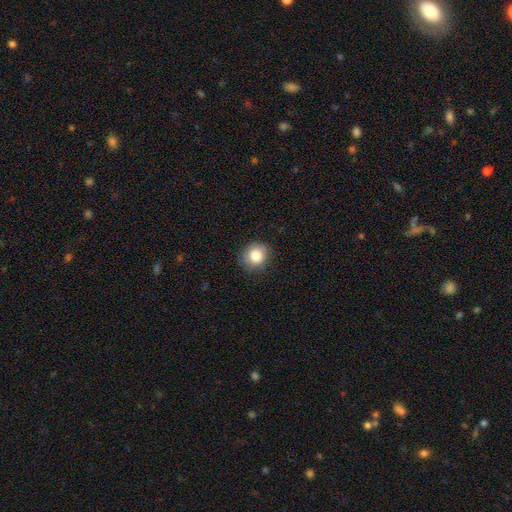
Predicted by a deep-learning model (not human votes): Overall: smooth (84%). How rounded: round (84%). Merging: none (83%).